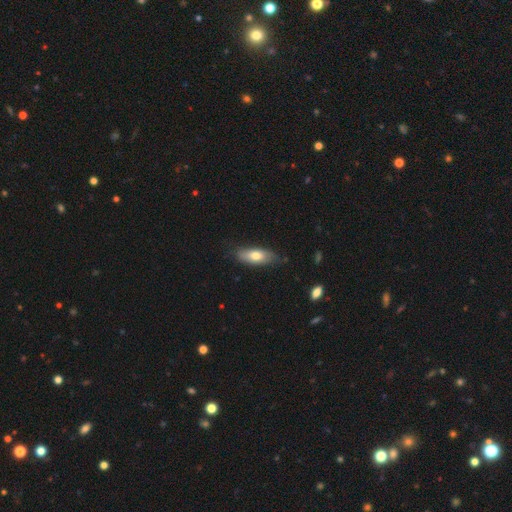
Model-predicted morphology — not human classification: Smooth or featured?
  - smooth: 69% *
  - featured or disk: 25%
  - star or artifact: 6%
How rounded?
  - in between: 74% *
  - cigar-shaped: 23%
  - round: 3%
Merging?
  - none: 74% *
  - minor disturbance: 21%
  - major disturbance: 4%
  - merger: 2%